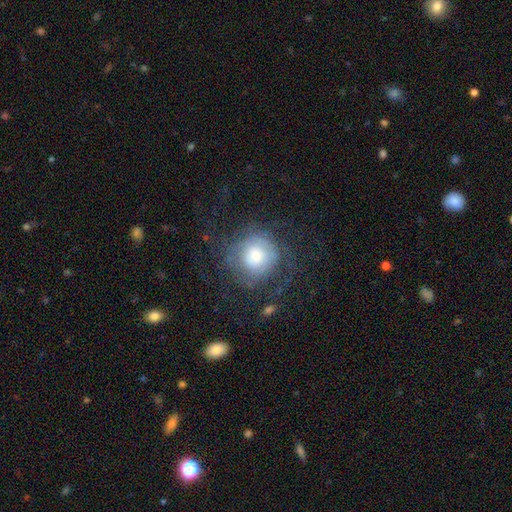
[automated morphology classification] Smooth or featured? featured or disk (48%)
Merging? none (63%)